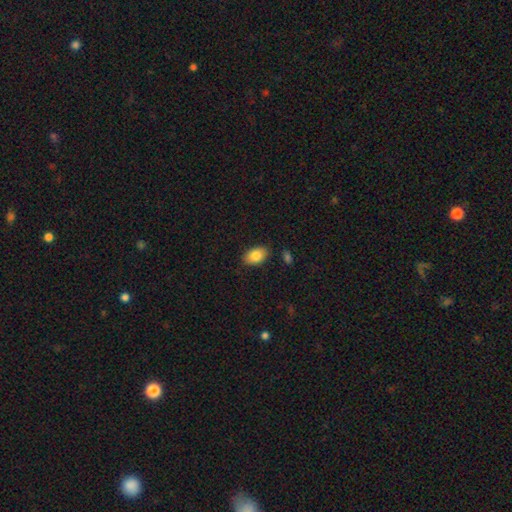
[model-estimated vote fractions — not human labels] smooth 84%, featured or disk 9%, star or artifact 7%. Down the decision tree: how rounded — in between (89%); merging — none (85%).